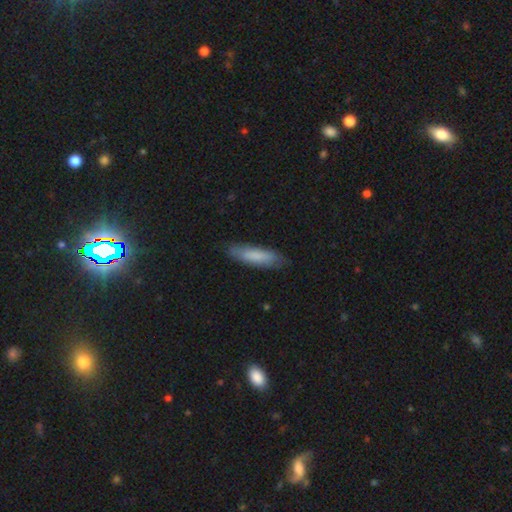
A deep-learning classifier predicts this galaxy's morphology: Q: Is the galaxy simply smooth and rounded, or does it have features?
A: smooth — 79%.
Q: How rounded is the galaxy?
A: cigar-shaped — 69%.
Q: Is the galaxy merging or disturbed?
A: none — 81%.